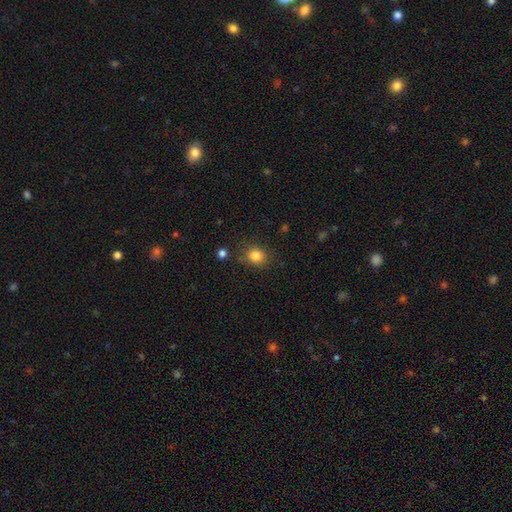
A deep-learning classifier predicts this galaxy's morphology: Smooth or featured? Predicted: smooth (p=0.84). How rounded? Predicted: round (p=0.70). Merging? Predicted: none (p=0.80).